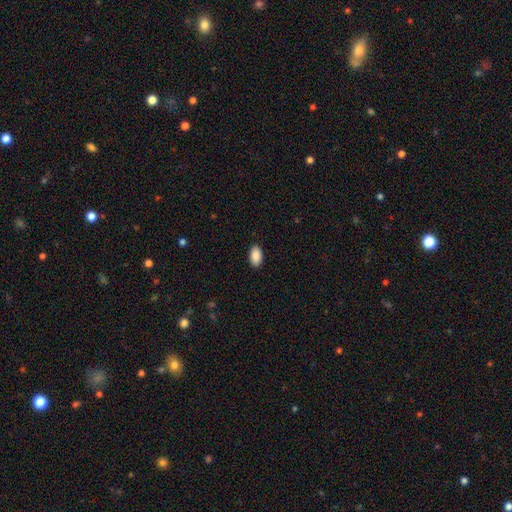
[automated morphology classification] Overall: smooth (90%). How rounded: in between (94%). Merging: none (89%).